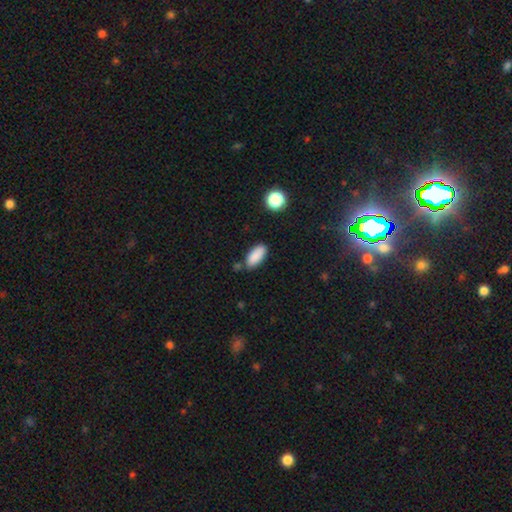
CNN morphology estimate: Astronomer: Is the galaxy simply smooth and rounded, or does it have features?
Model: smooth — 89%.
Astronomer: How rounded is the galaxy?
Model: in between — 86%.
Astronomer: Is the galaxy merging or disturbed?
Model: none — 77%.